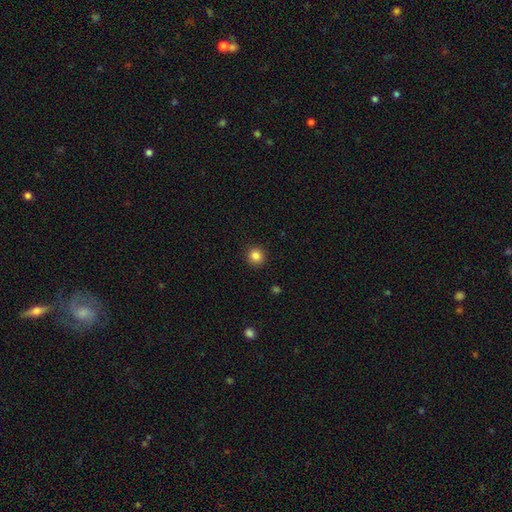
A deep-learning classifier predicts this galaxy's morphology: Smooth or featured: smooth — 85% (star or artifact — 11%)
How rounded: round — 92% (in between — 7%)
Merging: none — 92% (minor disturbance — 5%)